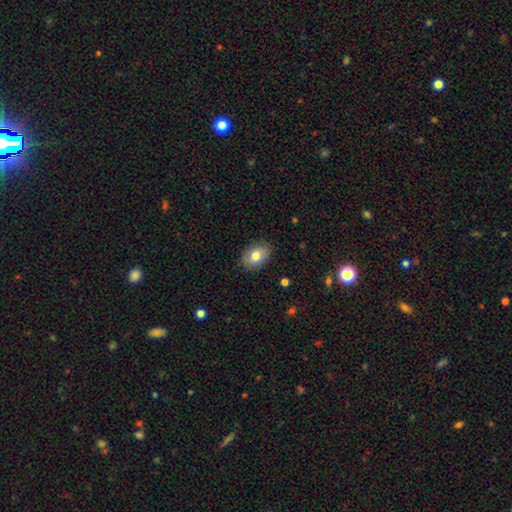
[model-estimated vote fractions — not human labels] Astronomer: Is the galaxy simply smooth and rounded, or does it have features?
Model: smooth — 77%.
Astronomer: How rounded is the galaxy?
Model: in between — 79%.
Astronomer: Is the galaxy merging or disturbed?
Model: none — 86%.